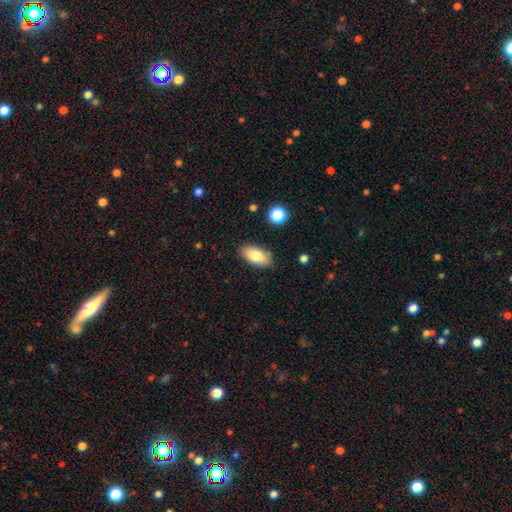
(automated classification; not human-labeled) A smooth galaxy with no disk features (81%) that is in between round and cigar-shaped (92%). Merging: none (86%).